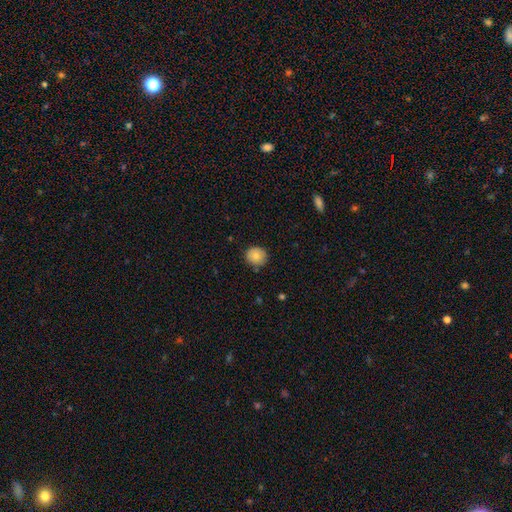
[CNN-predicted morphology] smooth_or_featured: smooth (p=0.81) [alt: featured or disk p=0.11]
how_rounded: round (p=0.84) [alt: in between p=0.15]
merging: none (p=0.84) [alt: minor disturbance p=0.13]